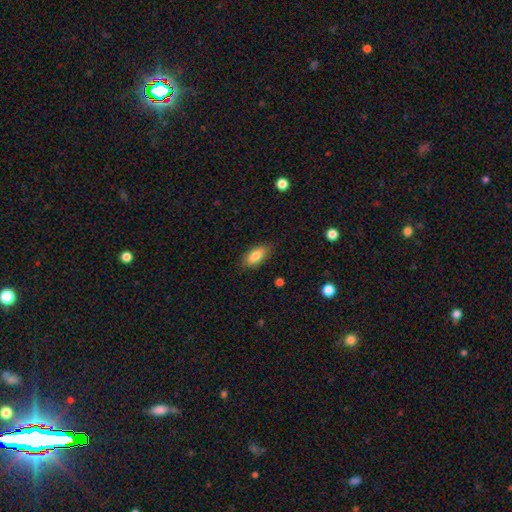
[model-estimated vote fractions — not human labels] smooth 80%, featured or disk 13%, star or artifact 7%. Down the decision tree: how rounded — in between (84%); merging — none (83%).